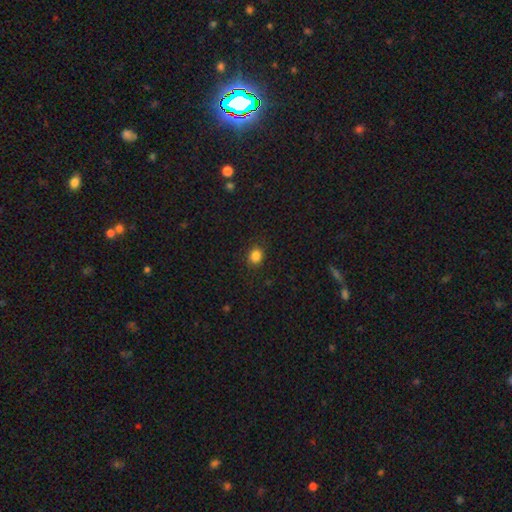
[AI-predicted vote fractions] This appears to be a smooth galaxy with no disk features (85%) that is round (68%). Merging: none (88%).